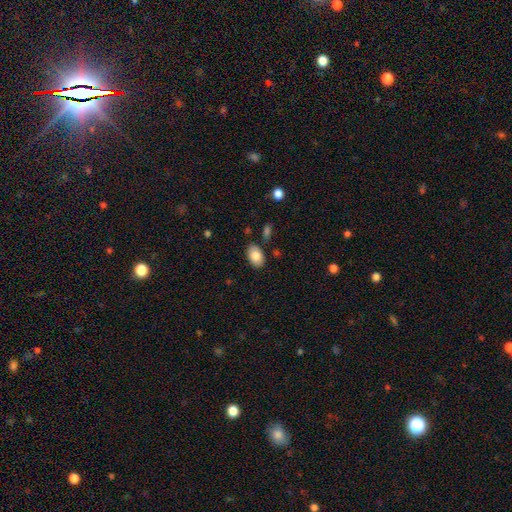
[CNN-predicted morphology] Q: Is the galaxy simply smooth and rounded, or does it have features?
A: smooth — 82%.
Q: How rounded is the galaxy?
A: in between — 89%.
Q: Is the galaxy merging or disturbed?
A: none — 83%.